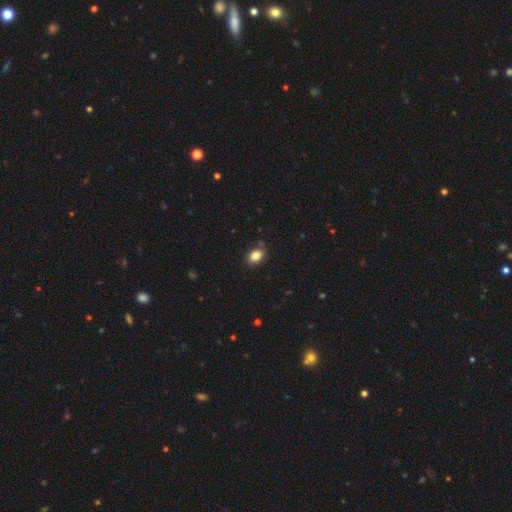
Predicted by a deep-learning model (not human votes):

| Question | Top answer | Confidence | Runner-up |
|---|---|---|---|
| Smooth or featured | smooth | 85% | star or artifact (10%) |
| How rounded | in between | 76% | round (23%) |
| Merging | none | 80% | minor disturbance (14%) |